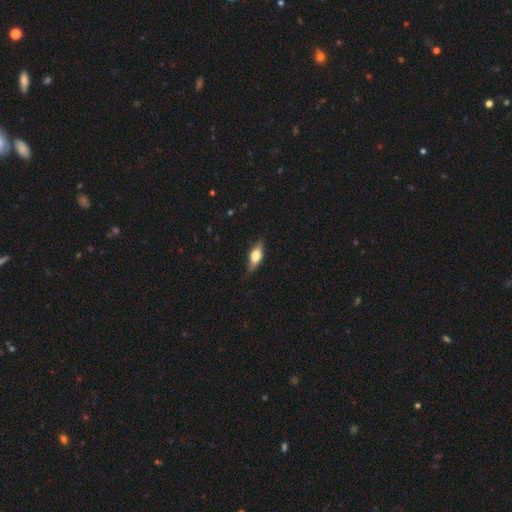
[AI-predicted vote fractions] Smooth or featured? Predicted: smooth (p=0.50). How rounded? Predicted: in between (p=0.69). Merging? Predicted: none (p=0.79).